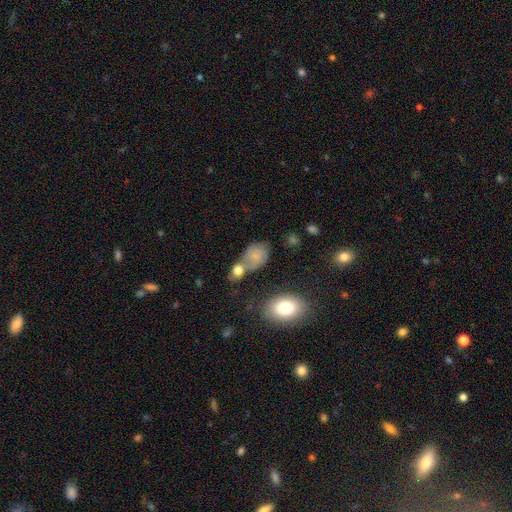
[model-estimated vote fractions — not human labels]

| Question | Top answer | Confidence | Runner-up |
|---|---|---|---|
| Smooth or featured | smooth | 64% | featured or disk (24%) |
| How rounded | in between | 73% | round (25%) |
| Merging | none | 33% | tied: merger (33%) |